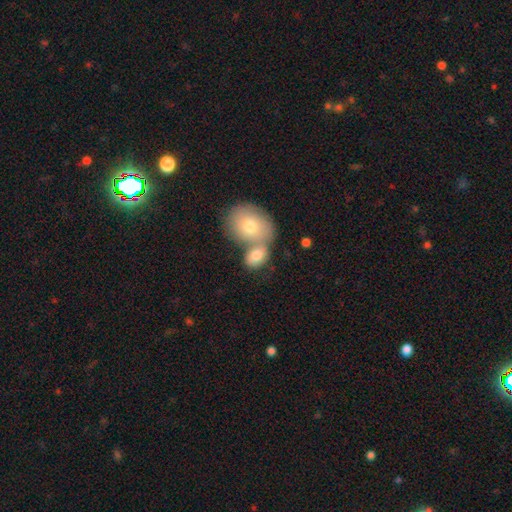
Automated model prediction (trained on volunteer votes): Smooth or featured? smooth (76%)
How rounded? in between (69%)
Merging? merger (59%)